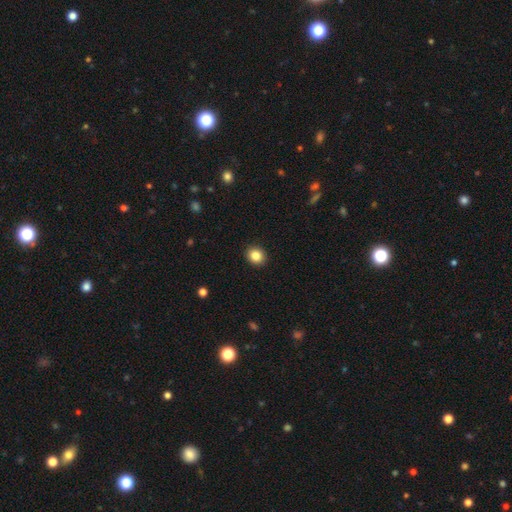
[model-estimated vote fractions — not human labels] Overall: smooth (86%). How rounded: round (77%). Merging: none (91%).